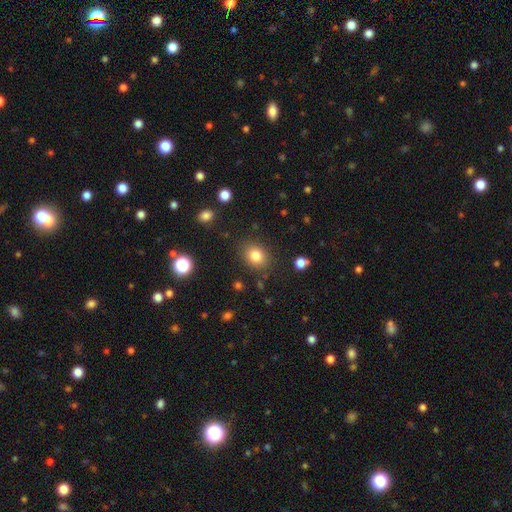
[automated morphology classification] Smooth or featured? Predicted: smooth (p=0.81). How rounded? Predicted: round (p=0.55). Merging? Predicted: none (p=0.84).